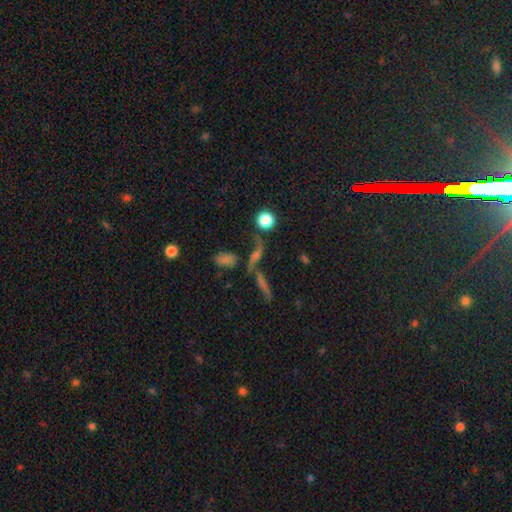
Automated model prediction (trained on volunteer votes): Morphology: type=featured or disk (39%); merging=none (43%).